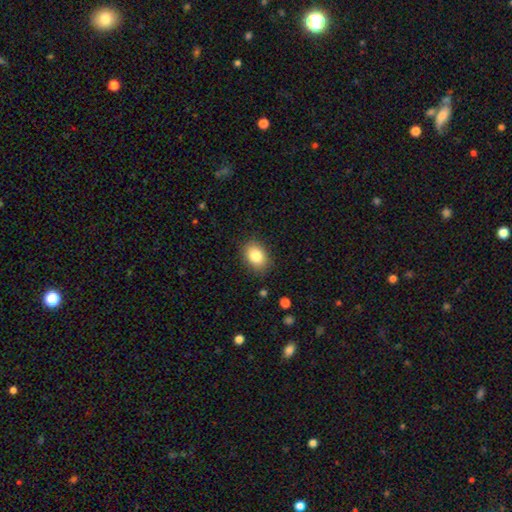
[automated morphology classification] Q: Smooth or featured?
A: smooth (84%); runner-up: star or artifact (9%)
Q: How rounded?
A: in between (75%); runner-up: round (24%)
Q: Merging?
A: none (85%); runner-up: minor disturbance (11%)